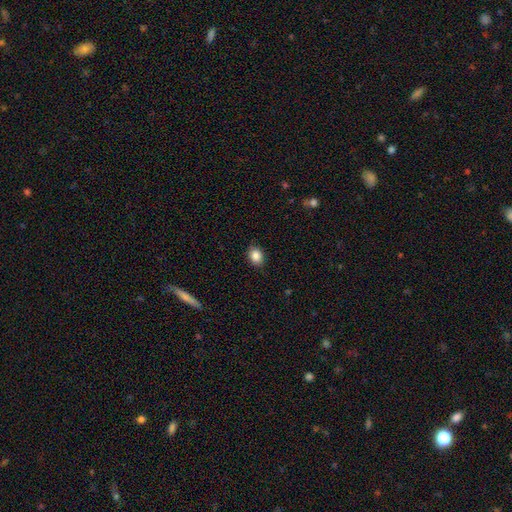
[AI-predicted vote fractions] smooth 86%, star or artifact 9%, featured or disk 5%. Down the decision tree: how rounded — in between (63%); merging — none (87%).